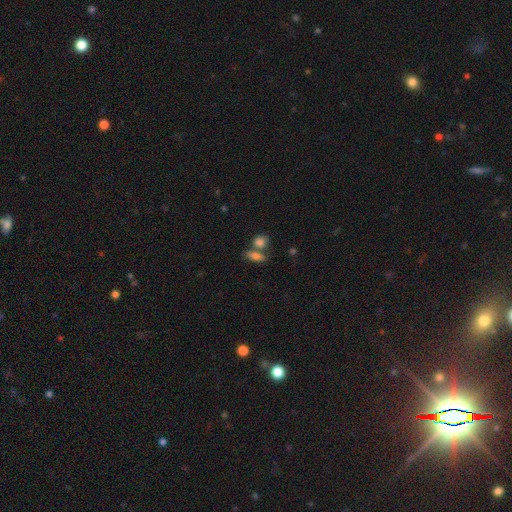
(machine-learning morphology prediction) Q: Smooth or featured?
A: smooth (77%); runner-up: featured or disk (13%)
Q: How rounded?
A: in between (71%); runner-up: cigar-shaped (16%)
Q: Merging?
A: none (48%); runner-up: merger (35%)